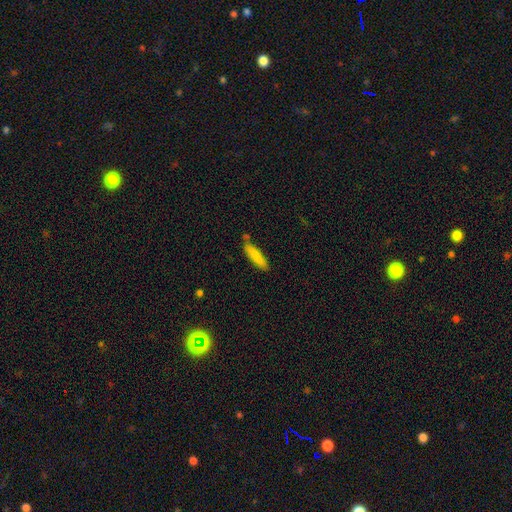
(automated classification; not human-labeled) Morphology: type=smooth (83%); roundness=cigar-shaped (74%); merging=none (75%).